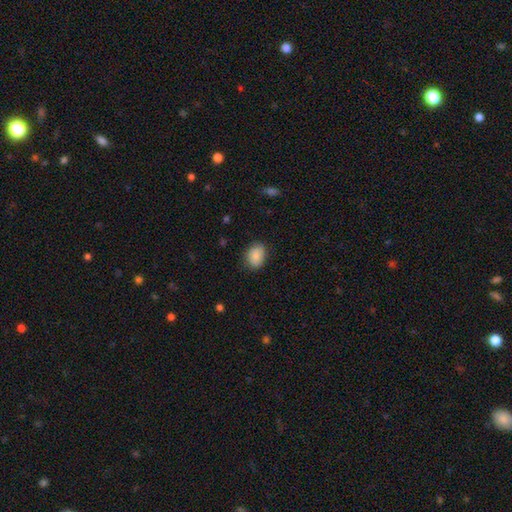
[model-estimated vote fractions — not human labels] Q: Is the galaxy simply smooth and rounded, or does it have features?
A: smooth — 85%.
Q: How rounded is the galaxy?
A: in between — 67%.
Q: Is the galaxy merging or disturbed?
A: none — 81%.